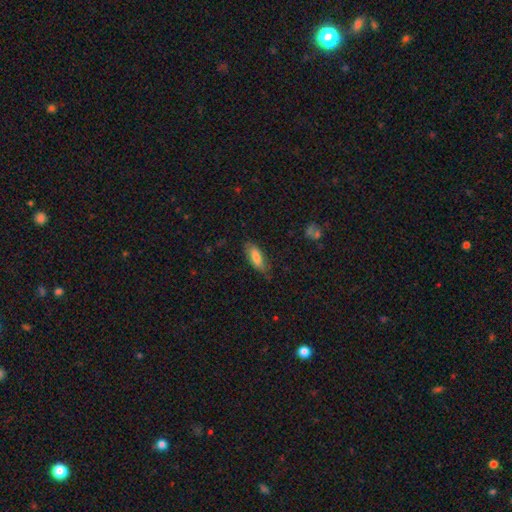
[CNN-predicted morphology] smooth-or-featured: smooth: 77% | featured or disk: 17% | star or artifact: 6%
  how-rounded: in between: 69% | cigar-shaped: 30% | round: 2%
  merging: none: 71% | minor disturbance: 23% | major disturbance: 5% | merger: 1%